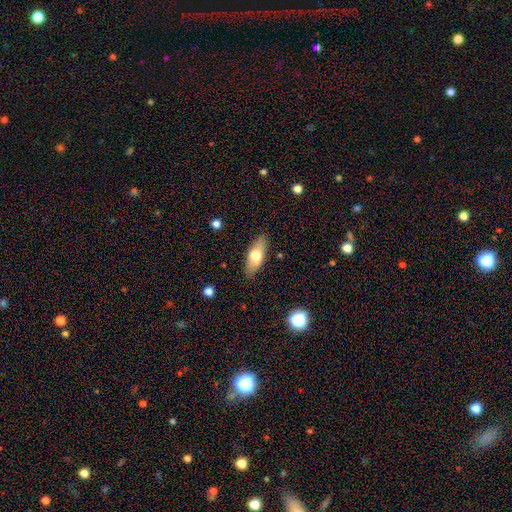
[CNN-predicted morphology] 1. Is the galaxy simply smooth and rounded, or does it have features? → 64% smooth, 29% featured or disk, 6% star or artifact.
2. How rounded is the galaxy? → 75% in between, 22% cigar-shaped, 3% round.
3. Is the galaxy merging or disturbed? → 86% none, 10% minor disturbance, 2% major disturbance, 1% merger.